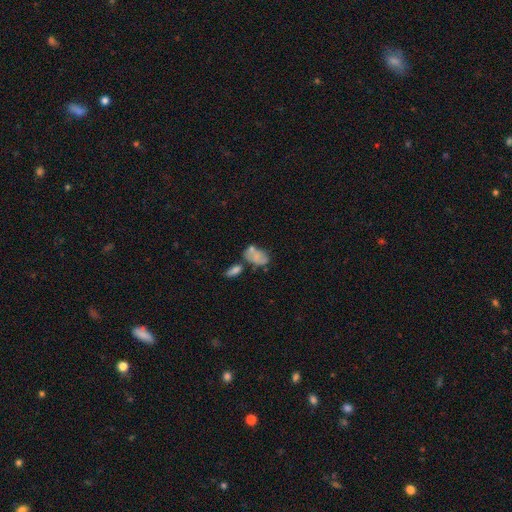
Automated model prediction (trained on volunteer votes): A smooth galaxy with no disk features (68%) that is in between round and cigar-shaped (88%). Merging: merger (34%).